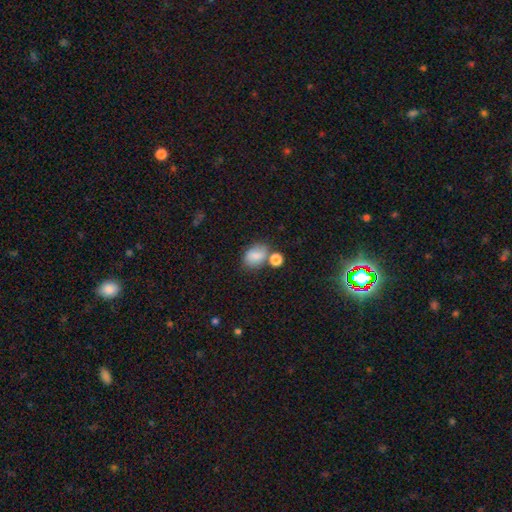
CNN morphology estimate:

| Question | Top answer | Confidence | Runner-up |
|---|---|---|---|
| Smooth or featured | smooth | 79% | featured or disk (11%) |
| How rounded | in between | 73% | round (25%) |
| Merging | none | 57% | merger (21%) |